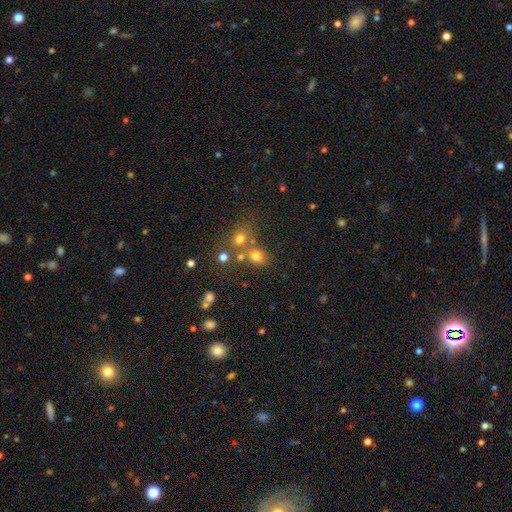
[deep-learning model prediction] This appears to be a smooth galaxy with no disk features (70%) that is round (58%). Merging: none (53%).